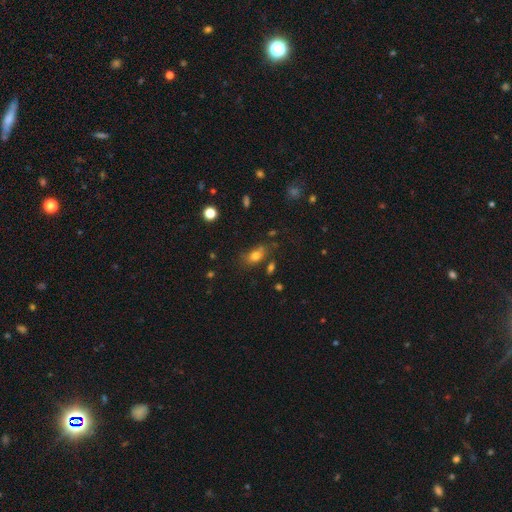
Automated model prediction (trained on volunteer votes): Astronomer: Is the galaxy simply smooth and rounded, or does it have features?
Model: smooth — 76%.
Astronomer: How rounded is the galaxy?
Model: in between — 81%.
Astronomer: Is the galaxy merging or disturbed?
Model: none — 60%.